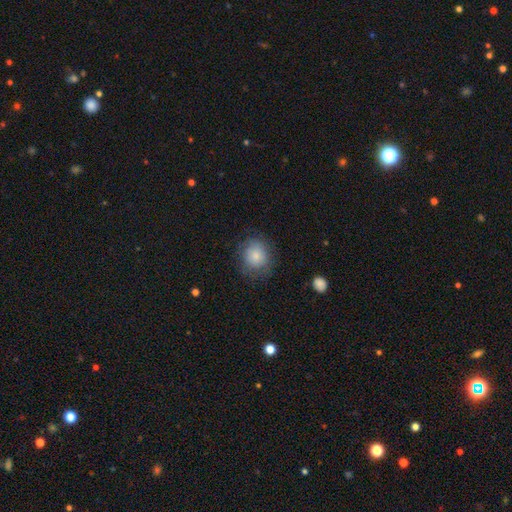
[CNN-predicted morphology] A smooth galaxy with no disk features (83%) that is round (82%). Merging: none (78%).